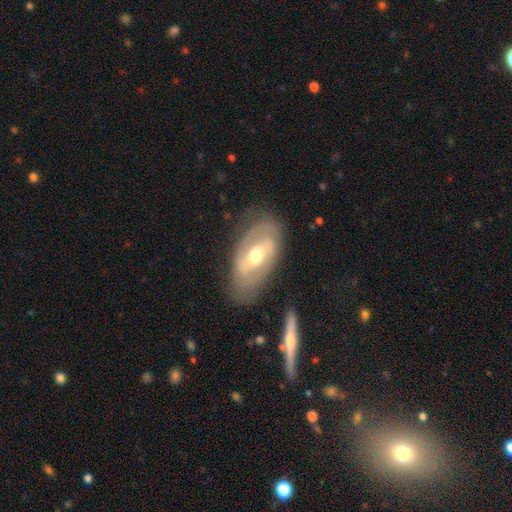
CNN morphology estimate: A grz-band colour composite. It shows a featured or disk galaxy (70%) with a weak bar (41%), spiral arms (64%) and a moderate central bulge (70%). Merging: none (72%).